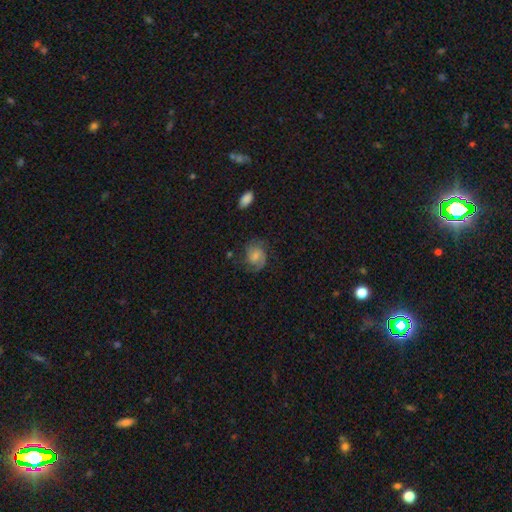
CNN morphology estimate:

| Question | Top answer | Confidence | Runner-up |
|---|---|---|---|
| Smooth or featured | featured or disk | 52% | smooth (40%) |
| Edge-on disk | no | 97% | yes (3%) |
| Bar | no | 48% | weak (43%) |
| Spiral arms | yes | 87% | no (13%) |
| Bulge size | small | 37% | moderate (31%) |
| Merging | none | 61% | minor disturbance (22%) |